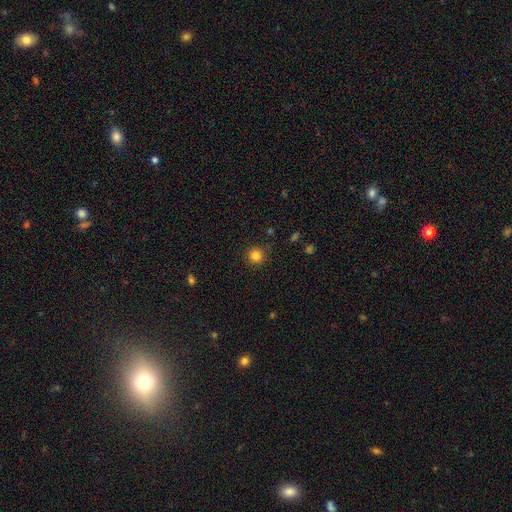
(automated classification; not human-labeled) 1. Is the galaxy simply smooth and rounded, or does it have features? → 84% smooth, 12% star or artifact, 4% featured or disk.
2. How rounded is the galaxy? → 95% round, 4% in between, 1% cigar-shaped.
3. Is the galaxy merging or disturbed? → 89% none, 7% minor disturbance, 2% major disturbance, 1% merger.